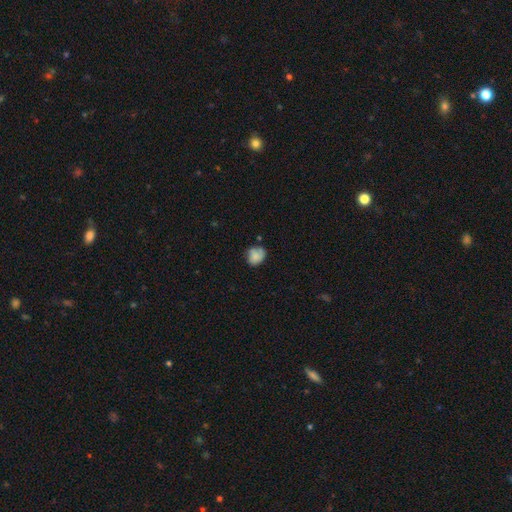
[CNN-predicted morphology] The model was most divided on "how rounded": round: 61%, in between: 38%, cigar-shaped: 1%. More confident: smooth or featured — smooth (73%); merging — none (58%).